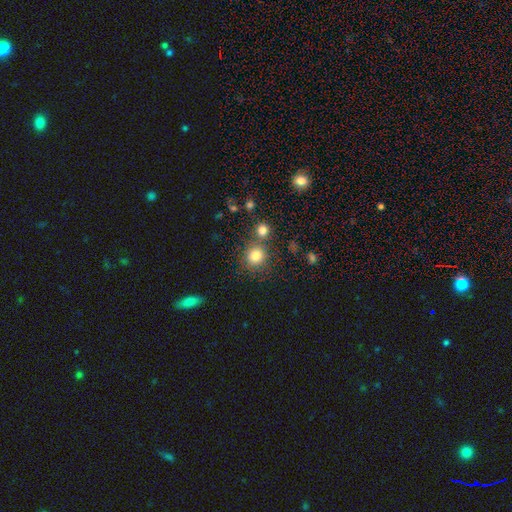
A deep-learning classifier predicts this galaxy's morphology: Smooth or featured: smooth — 80% (star or artifact — 13%)
How rounded: round — 88% (in between — 11%)
Merging: none — 73% (merger — 15%)